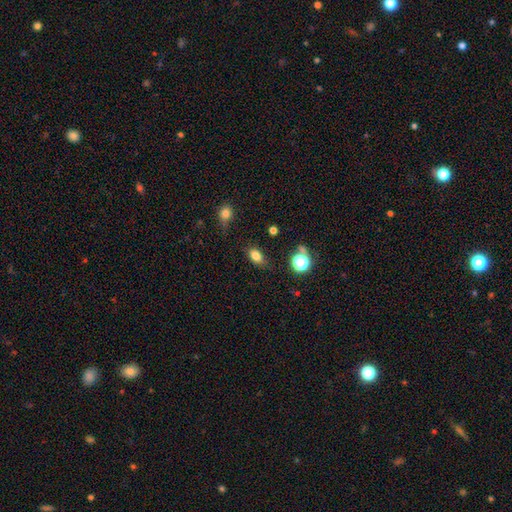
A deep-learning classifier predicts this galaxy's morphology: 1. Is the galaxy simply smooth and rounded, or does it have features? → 80% smooth, 13% star or artifact, 7% featured or disk.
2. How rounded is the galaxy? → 79% in between, 18% round, 3% cigar-shaped.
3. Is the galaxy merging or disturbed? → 73% none, 19% minor disturbance, 5% major disturbance, 3% merger.